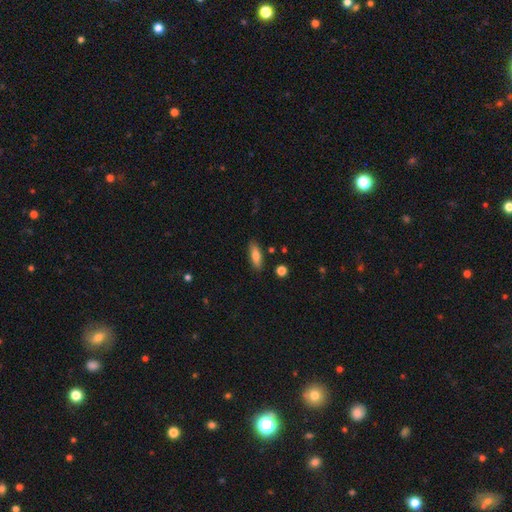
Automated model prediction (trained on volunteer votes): smooth 79%, featured or disk 14%, star or artifact 7%. Down the decision tree: how rounded — in between (56%); merging — none (86%).